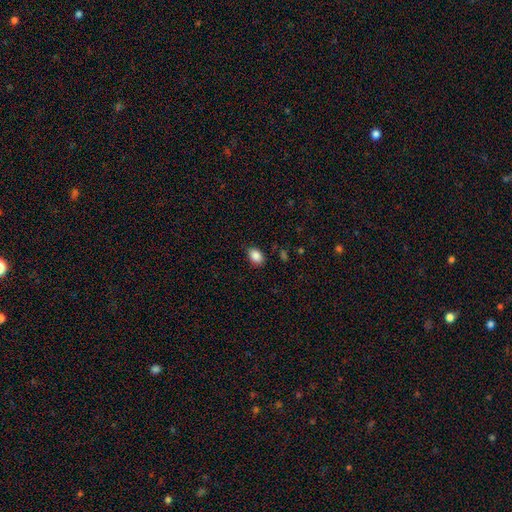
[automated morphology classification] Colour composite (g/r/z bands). It shows a smooth galaxy with no disk features (87%) that is in between round and cigar-shaped (77%). Merging: none (84%).